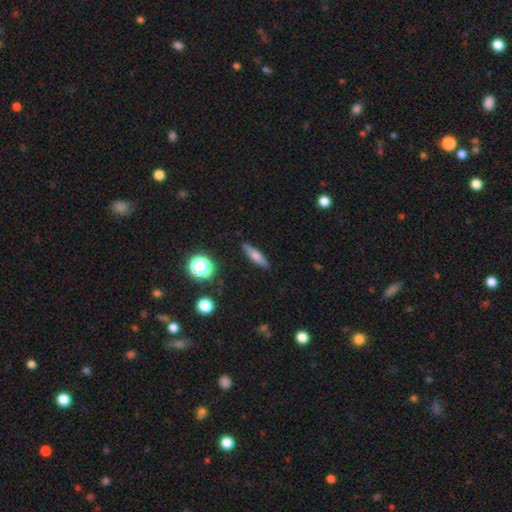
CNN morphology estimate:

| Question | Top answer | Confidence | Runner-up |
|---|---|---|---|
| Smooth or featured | smooth | 65% | featured or disk (26%) |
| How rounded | cigar-shaped | 73% | in between (22%) |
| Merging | none | 87% | minor disturbance (9%) |